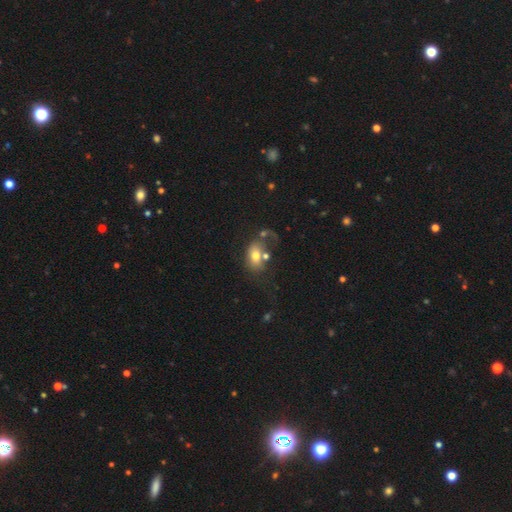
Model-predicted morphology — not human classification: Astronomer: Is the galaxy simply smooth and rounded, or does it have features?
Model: smooth — 64%.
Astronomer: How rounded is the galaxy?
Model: in between — 79%.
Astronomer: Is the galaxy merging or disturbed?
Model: merger — 30% (runner-up: none, 28%).